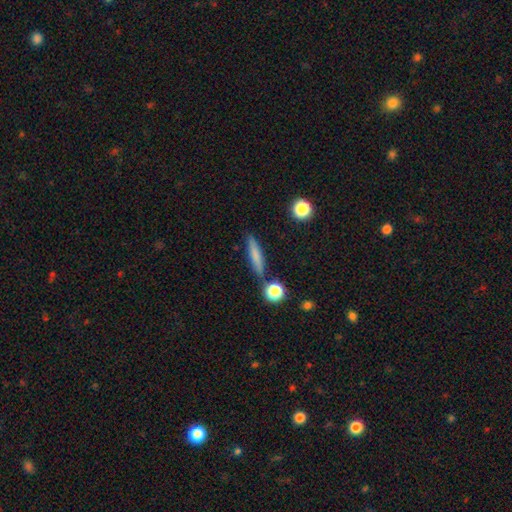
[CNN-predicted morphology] Smooth or featured? smooth (71%)
How rounded? cigar-shaped (85%)
Merging? none (80%)